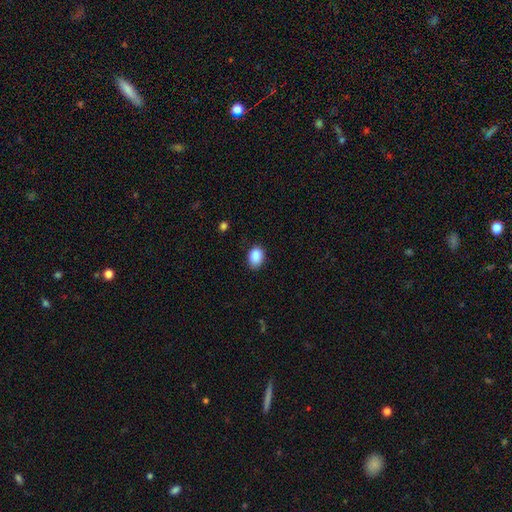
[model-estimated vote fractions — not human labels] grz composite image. It shows a smooth galaxy with no disk features (88%) that is in between round and cigar-shaped (73%). Merging: none (81%).